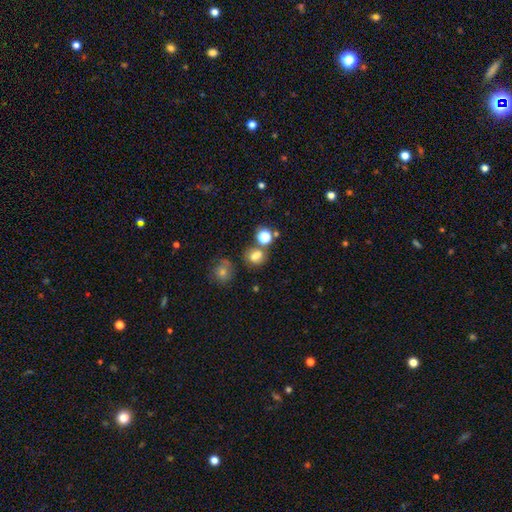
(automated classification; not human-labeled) A smooth galaxy with no disk features (73%) that is round (57%). Merging: none (62%).